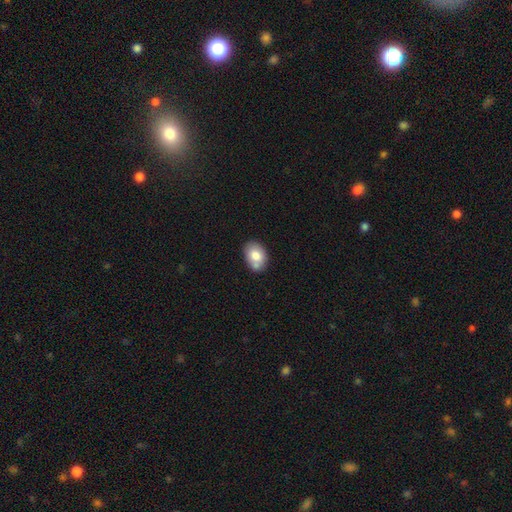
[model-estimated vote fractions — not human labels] Smooth or featured: smooth — 78% (featured or disk — 15%)
How rounded: in between — 77% (round — 22%)
Merging: none — 62% (minor disturbance — 19%)